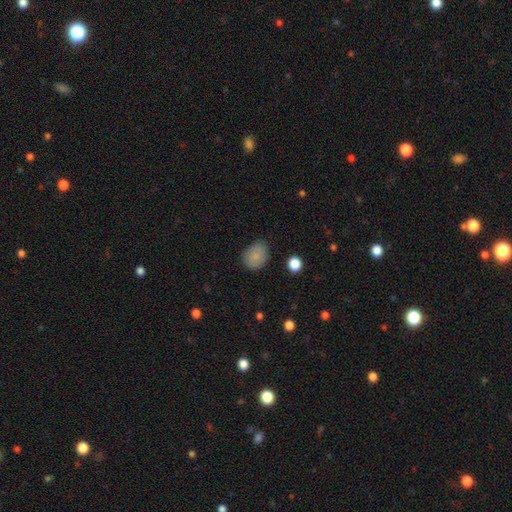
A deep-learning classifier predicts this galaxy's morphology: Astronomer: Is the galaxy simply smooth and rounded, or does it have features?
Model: smooth — 83%.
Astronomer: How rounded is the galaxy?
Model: in between — 64%.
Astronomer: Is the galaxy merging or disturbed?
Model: none — 74%.